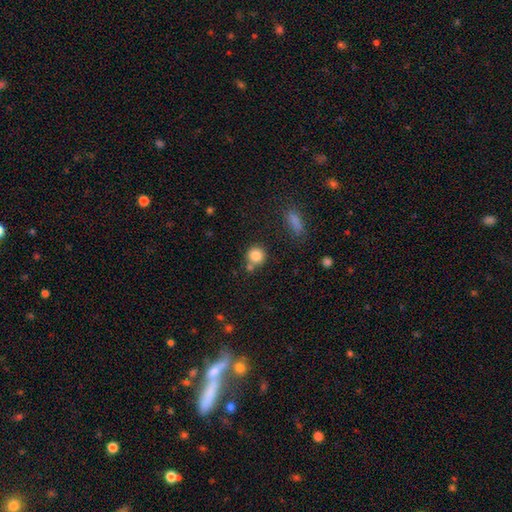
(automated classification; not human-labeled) A smooth galaxy with no disk features (82%) that is round (89%).

Vote fractions:
- Smooth or featured? smooth: 82% / star or artifact: 10% / featured or disk: 8%
- How rounded? round: 89% / in between: 10% / cigar-shaped: 1%
- Merging? none: 65% / merger: 20% / minor disturbance: 11% / major disturbance: 4%